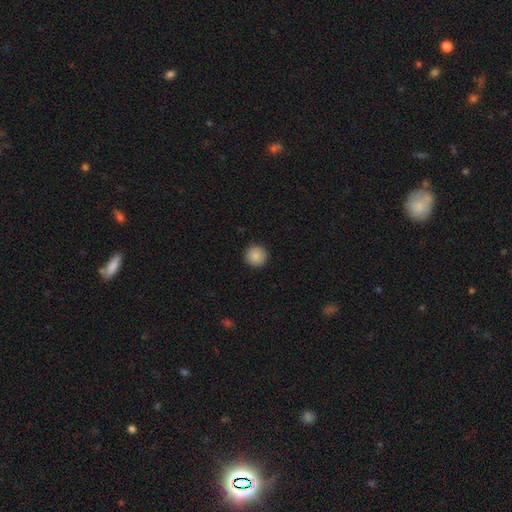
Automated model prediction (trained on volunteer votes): smooth 87%, star or artifact 8%, featured or disk 5%. Down the decision tree: how rounded — round (95%); merging — none (92%).